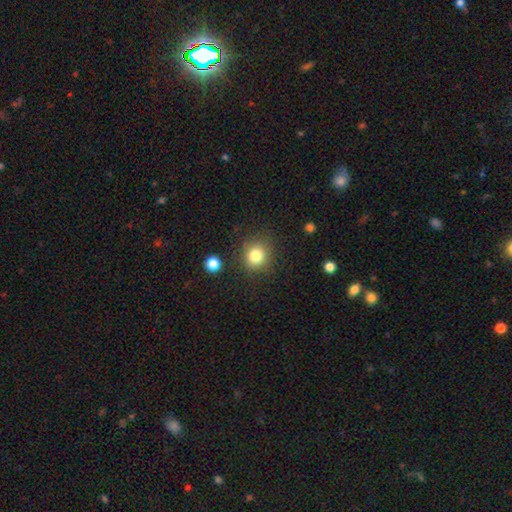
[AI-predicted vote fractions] Morphology: type=smooth (81%); roundness=round (86%); merging=none (84%).